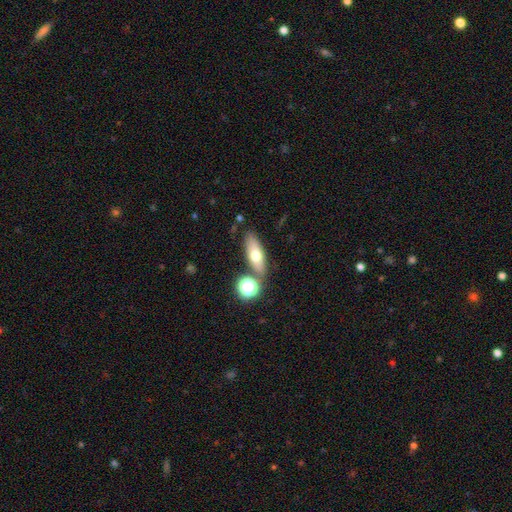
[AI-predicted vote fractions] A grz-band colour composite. It shows a smooth galaxy with no disk features (63%) that is in between round and cigar-shaped (61%). Merging: none (76%).